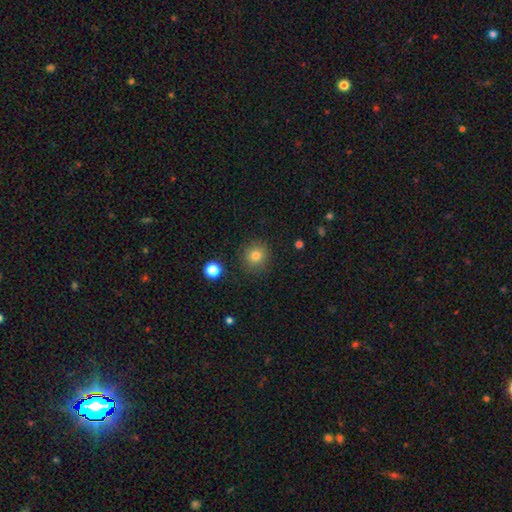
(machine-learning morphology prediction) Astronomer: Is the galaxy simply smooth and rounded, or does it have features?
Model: smooth — 81%.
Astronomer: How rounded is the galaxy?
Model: round — 92%.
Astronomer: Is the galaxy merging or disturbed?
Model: none — 88%.